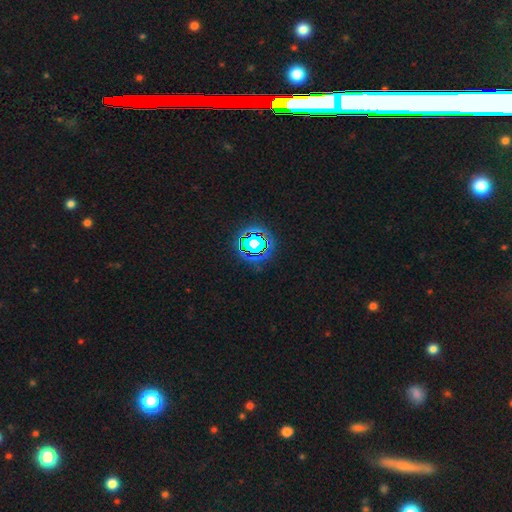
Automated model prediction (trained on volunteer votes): smooth-or-featured: star or artifact: 75% | smooth: 13% | featured or disk: 12%